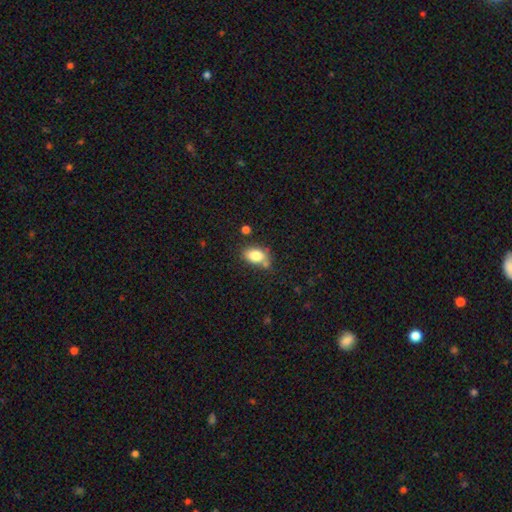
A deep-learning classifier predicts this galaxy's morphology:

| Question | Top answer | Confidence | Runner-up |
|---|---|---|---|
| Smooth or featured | smooth | 83% | star or artifact (9%) |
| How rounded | in between | 85% | round (13%) |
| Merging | none | 65% | minor disturbance (19%) |